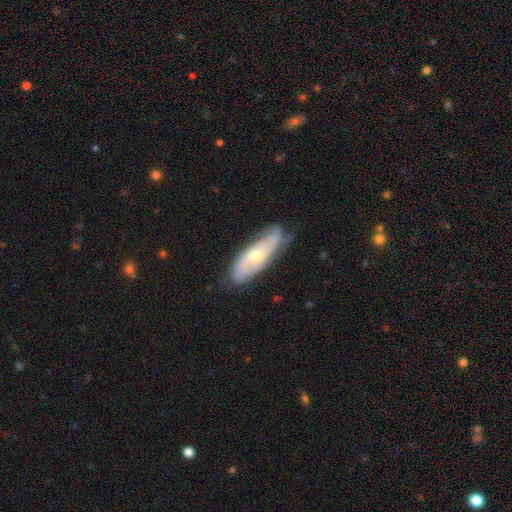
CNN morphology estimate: A featured or disk galaxy (65%) with no bar (69%), spiral arms (83%) and a moderate central bulge (60%).

Vote fractions:
- Smooth or featured? featured or disk: 65% / smooth: 29% / star or artifact: 6%
- Edge-on disk? no: 79% / yes: 21%
- Bar? no: 69% / weak: 25% / strong: 6%
- Spiral arms? yes: 83% / no: 17%
- Bulge size? moderate: 60% / small: 34% / large: 4% / none: 1% / dominant: 1%
- Merging? none: 70% / minor disturbance: 23% / major disturbance: 6% / merger: 2%